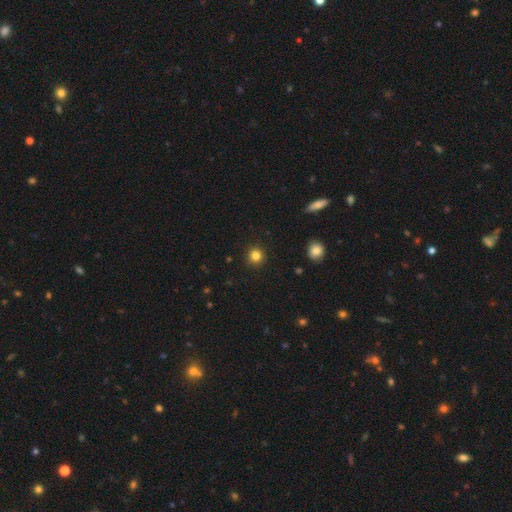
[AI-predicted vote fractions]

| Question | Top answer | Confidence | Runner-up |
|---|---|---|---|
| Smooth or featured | smooth | 83% | star or artifact (12%) |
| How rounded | round | 94% | in between (6%) |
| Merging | none | 91% | minor disturbance (6%) |